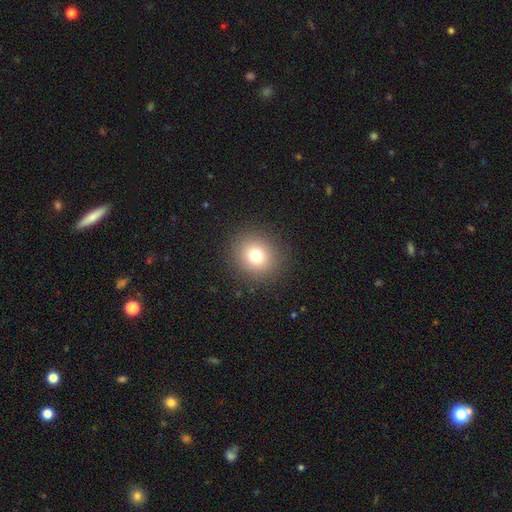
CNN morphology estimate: This appears to be a smooth galaxy with no disk features (77%) that is round (85%). Merging: none (89%).